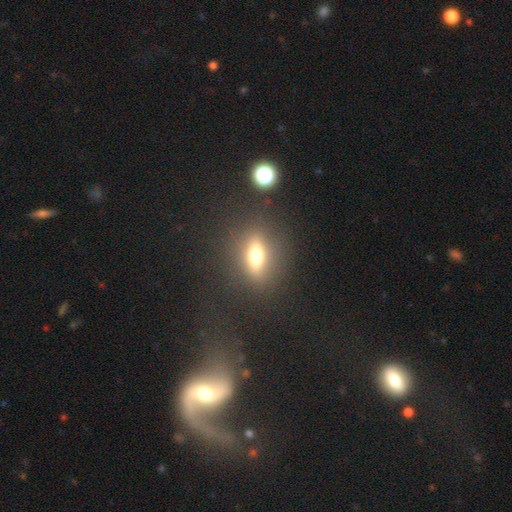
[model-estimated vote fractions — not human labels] This is possibly a smooth galaxy (58%). How rounded: likely in between (60%). Merging: clearly none (84%).